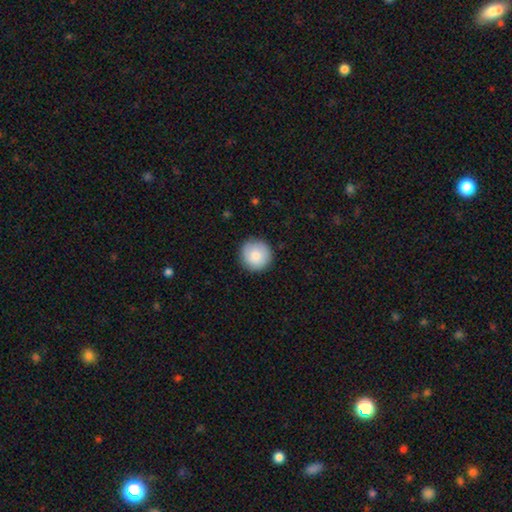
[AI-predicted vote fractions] The model was most divided on "smooth or featured": smooth: 85%, featured or disk: 8%, star or artifact: 7%. More confident: how rounded — round (96%); merging — none (89%).